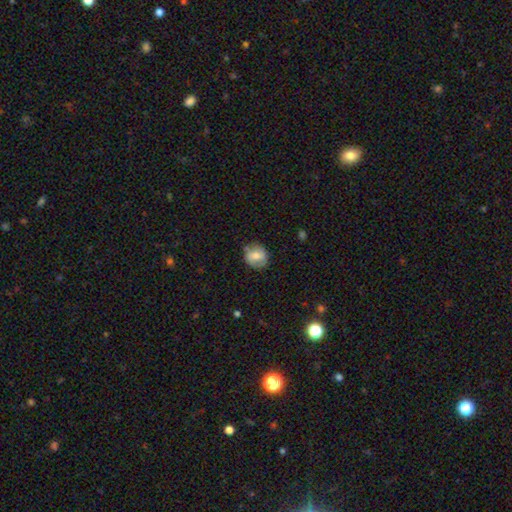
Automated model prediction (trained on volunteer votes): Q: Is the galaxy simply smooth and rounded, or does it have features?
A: smooth — 63%.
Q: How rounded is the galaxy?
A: round — 73%.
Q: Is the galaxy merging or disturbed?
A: none — 76%.